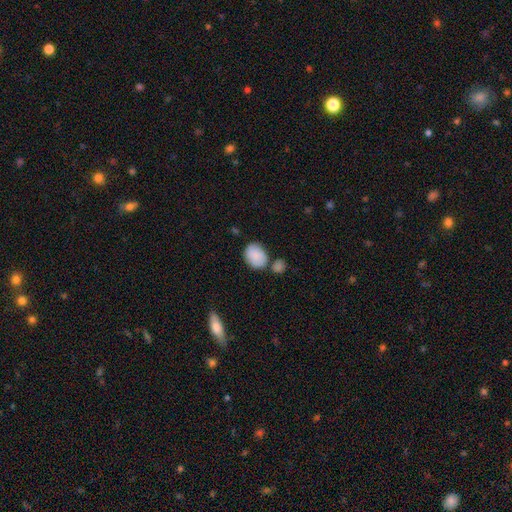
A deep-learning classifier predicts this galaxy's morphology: type=smooth (86%); roundness=in between (67%); merging=none (59%).